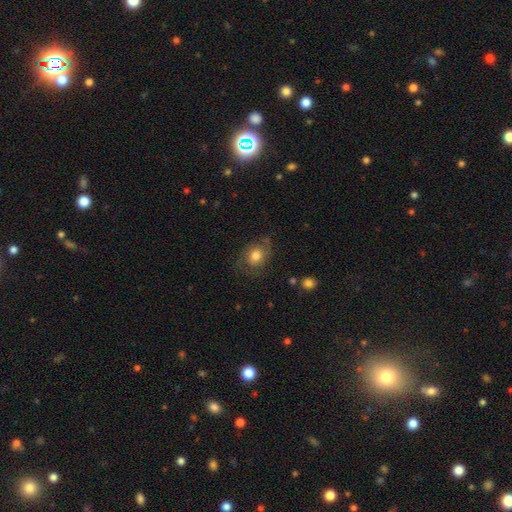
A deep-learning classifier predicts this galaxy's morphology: This appears to be a smooth galaxy with no disk features (62%) that is in between round and cigar-shaped (54%). Merging: none (62%).